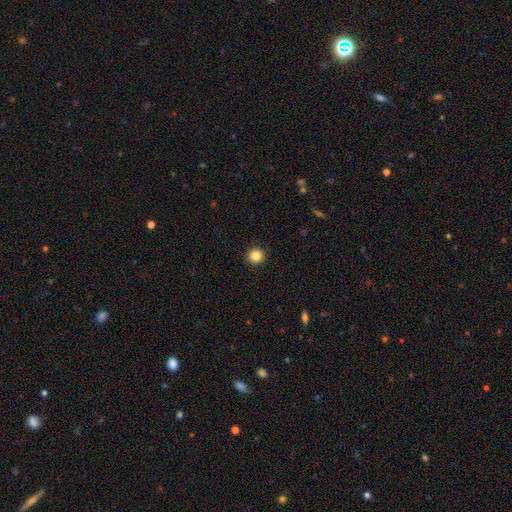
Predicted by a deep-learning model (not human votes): smooth 85%, star or artifact 11%, featured or disk 5%. Down the decision tree: how rounded — round (94%); merging — none (93%).